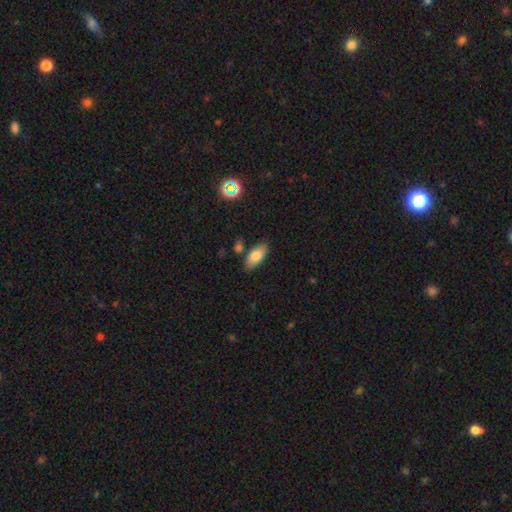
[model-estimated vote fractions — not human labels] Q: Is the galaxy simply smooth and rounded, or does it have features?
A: smooth — 80%.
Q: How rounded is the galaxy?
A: in between — 88%.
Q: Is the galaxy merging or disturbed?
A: none — 79%.